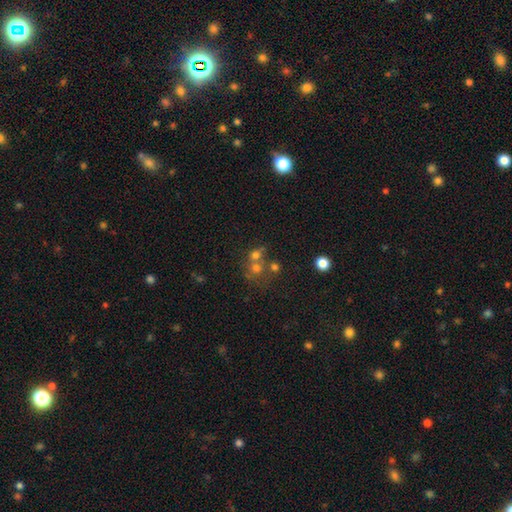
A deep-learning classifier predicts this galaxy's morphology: A smooth galaxy with no disk features (61%) that is round (82%). Merging: merger (46%).